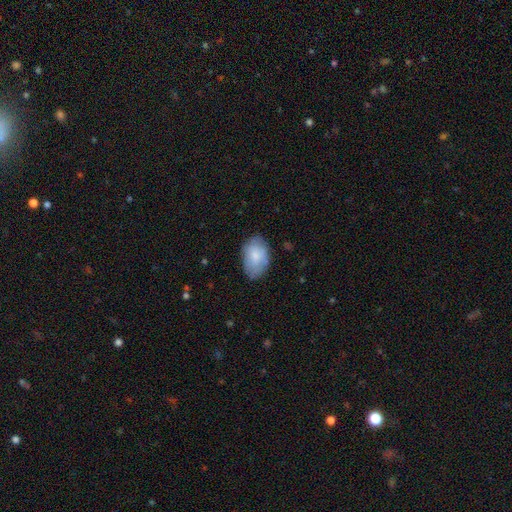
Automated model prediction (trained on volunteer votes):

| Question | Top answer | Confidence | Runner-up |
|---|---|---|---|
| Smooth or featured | smooth | 79% | featured or disk (15%) |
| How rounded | in between | 91% | round (8%) |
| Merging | none | 72% | minor disturbance (22%) |